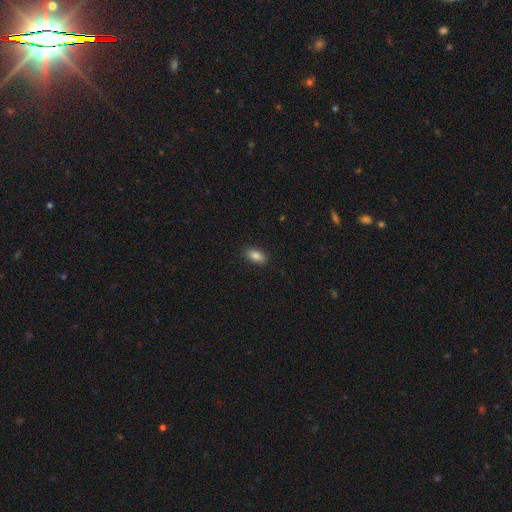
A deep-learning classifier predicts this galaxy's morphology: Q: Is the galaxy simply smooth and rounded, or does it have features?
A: smooth — 85%.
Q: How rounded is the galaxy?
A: in between — 91%.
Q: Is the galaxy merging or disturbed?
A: none — 89%.